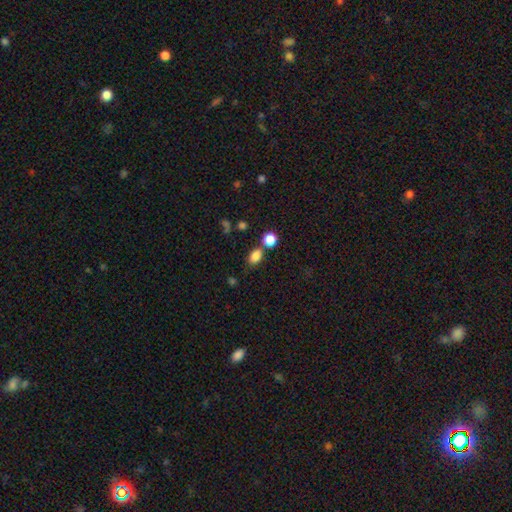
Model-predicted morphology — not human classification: smooth-or-featured: smooth: 83% | star or artifact: 12% | featured or disk: 5%
  how-rounded: in between: 80% | round: 18% | cigar-shaped: 2%
  merging: none: 68% | merger: 15% | minor disturbance: 13% | major disturbance: 4%